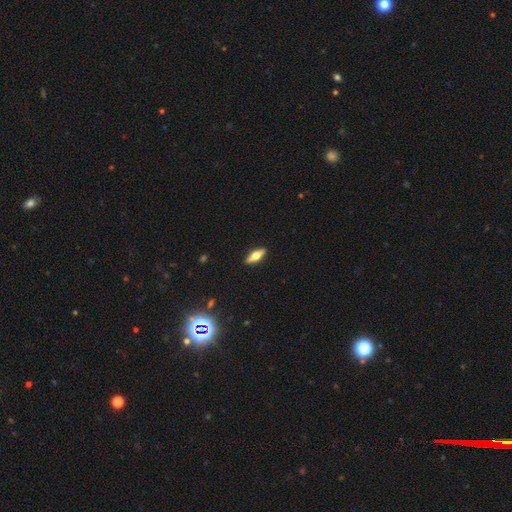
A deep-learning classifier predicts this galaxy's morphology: Smooth or featured? smooth (47%)
Merging? none (90%)